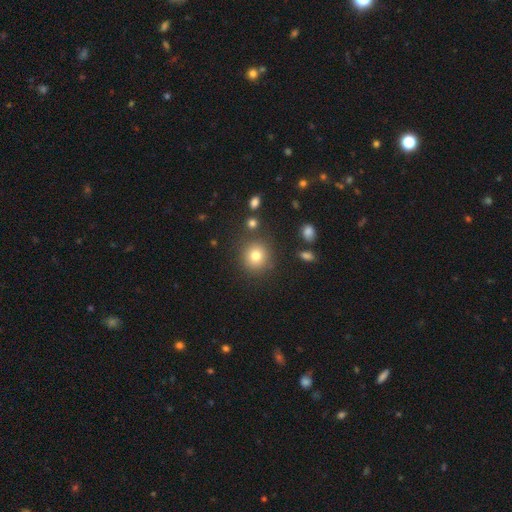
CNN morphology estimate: This is likely a smooth galaxy (79%). How rounded: clearly round (89%). Merging: clearly none (86%).